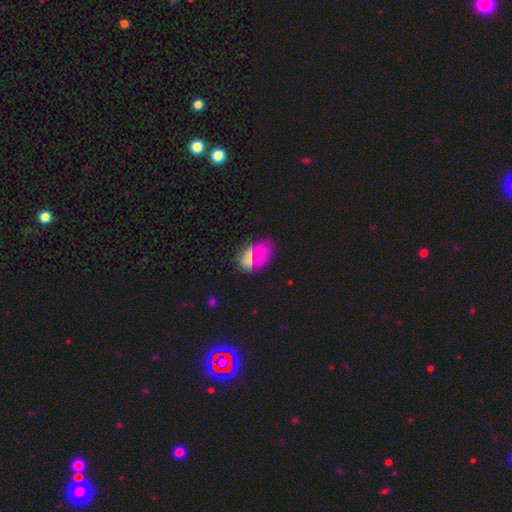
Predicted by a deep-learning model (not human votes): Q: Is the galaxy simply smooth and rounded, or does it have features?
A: smooth — 62%.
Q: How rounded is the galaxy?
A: in between — 82%.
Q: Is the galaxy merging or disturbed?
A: none — 71%.